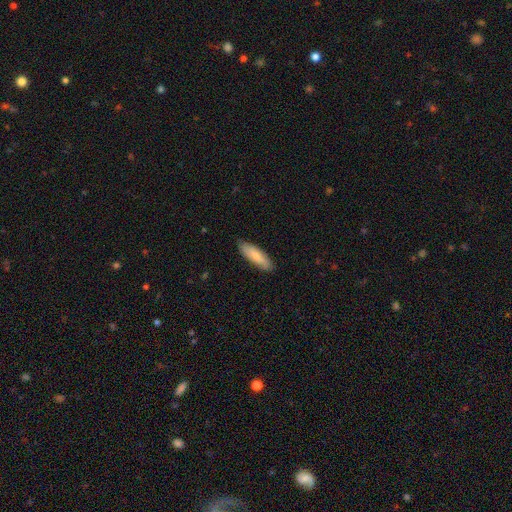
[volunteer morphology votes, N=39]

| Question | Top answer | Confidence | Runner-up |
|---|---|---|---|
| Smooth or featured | smooth | 87% | featured or disk (8%) |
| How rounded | in between | 62% | cigar-shaped (38%) |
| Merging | none | 86% | minor disturbance (14%) |